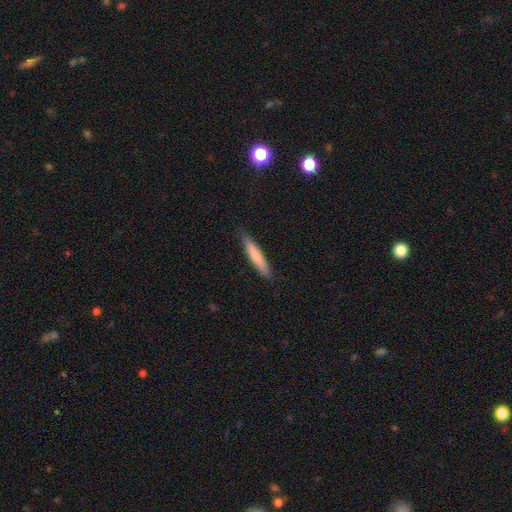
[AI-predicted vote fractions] smooth_or_featured: smooth (p=0.74) [alt: featured or disk p=0.20]
how_rounded: cigar-shaped (p=0.91) [alt: in between p=0.08]
merging: none (p=0.84) [alt: minor disturbance p=0.13]